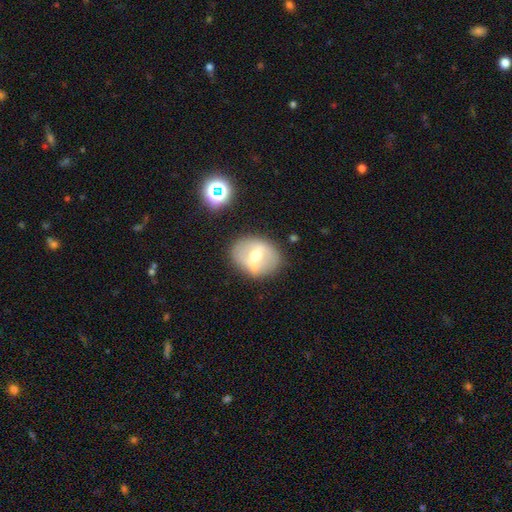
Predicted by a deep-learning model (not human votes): smooth-or-featured: featured or disk: 56% | smooth: 35% | star or artifact: 9%
  disk-edge-on: no: 90% | yes: 10%
    bar: strong: 45% | weak: 37% | no: 18%
    has-spiral-arms: no: 81% | yes: 19%
    bulge-size: moderate: 72% | small: 15% | large: 10% | dominant: 1% | none: 1%
  merging: none: 76% | minor disturbance: 15% | major disturbance: 5% | merger: 4%